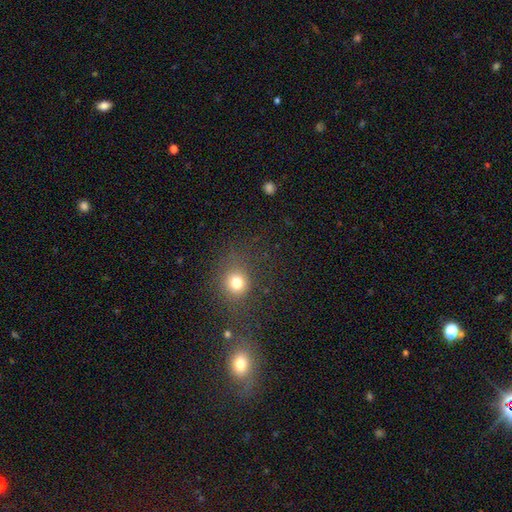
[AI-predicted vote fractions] Q: Smooth or featured?
A: smooth (63%); runner-up: star or artifact (29%)
Q: How rounded?
A: round (82%); runner-up: in between (16%)
Q: Merging?
A: none (61%); runner-up: merger (23%)